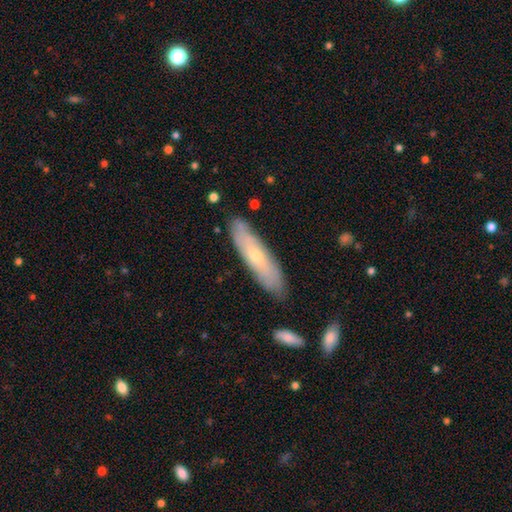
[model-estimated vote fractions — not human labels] Overall: smooth (49%; featured or disk 45%). Merging: none (82%).